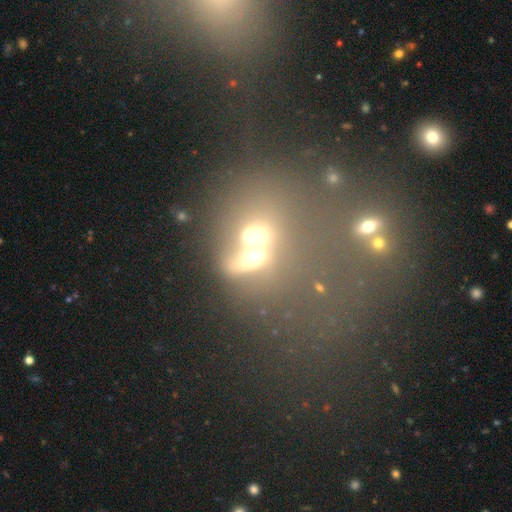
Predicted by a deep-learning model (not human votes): Smooth or featured: smooth — 53% (featured or disk — 27%)
How rounded: round — 54% (in between — 43%)
Merging: merger — 68% (none — 17%)